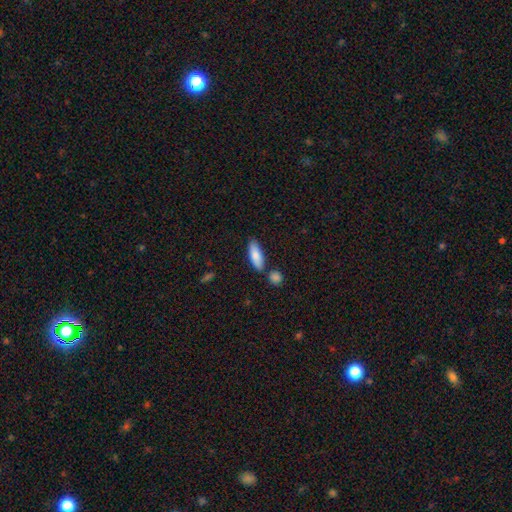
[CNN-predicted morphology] The model was most divided on "how rounded": in between: 63%, cigar-shaped: 35%, round: 2%. More confident: smooth or featured — smooth (82%); merging — none (75%).